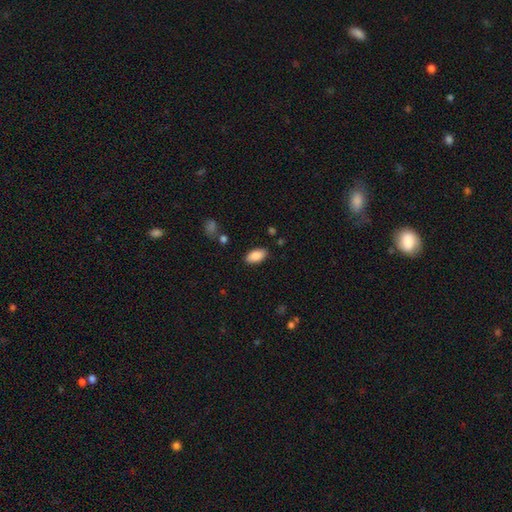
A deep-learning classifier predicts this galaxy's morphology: The model was most divided on "merging": none: 86%, minor disturbance: 10%, major disturbance: 3%, merger: 2%. More confident: how rounded — in between (93%); smooth or featured — smooth (88%).